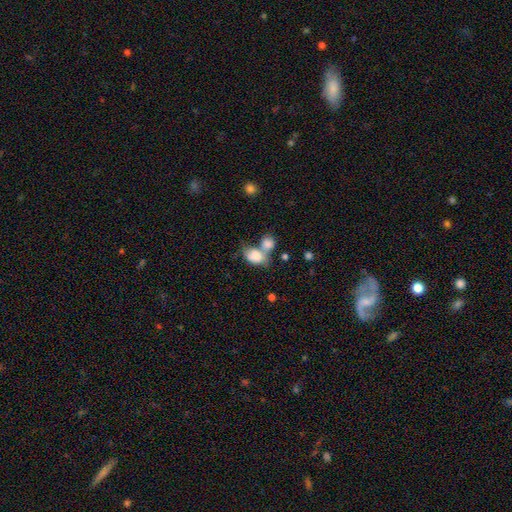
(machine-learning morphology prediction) Smooth or featured? Predicted: smooth (p=0.78). How rounded? Predicted: in between (p=0.77). Merging? Predicted: merger (p=0.64).